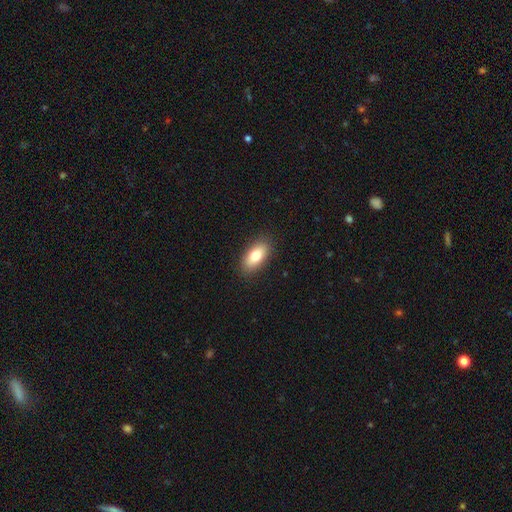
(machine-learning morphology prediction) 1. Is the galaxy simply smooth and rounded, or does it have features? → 80% smooth, 13% featured or disk, 7% star or artifact.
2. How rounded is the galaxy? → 88% in between, 8% cigar-shaped, 4% round.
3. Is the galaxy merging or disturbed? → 88% none, 9% minor disturbance, 2% major disturbance, 1% merger.